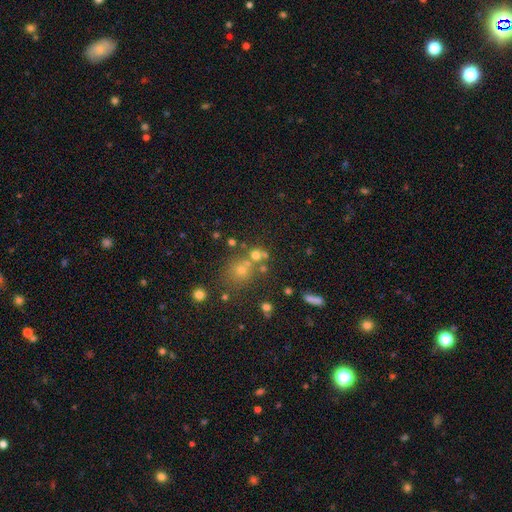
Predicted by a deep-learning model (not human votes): Smooth or featured?
  - smooth: 54% *
  - star or artifact: 30%
  - featured or disk: 16%
How rounded?
  - round: 82% *
  - in between: 17%
  - cigar-shaped: 1%
Merging?
  - none: 56% *
  - merger: 31%
  - minor disturbance: 9%
  - major disturbance: 5%